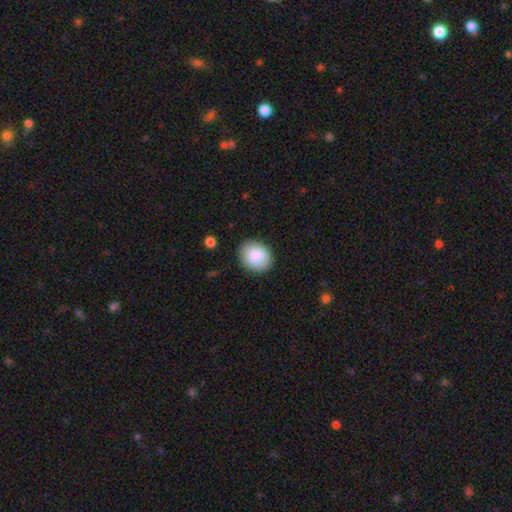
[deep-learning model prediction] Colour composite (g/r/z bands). It shows a smooth galaxy with no disk features (87%) that is round (61%). Merging: none (84%).